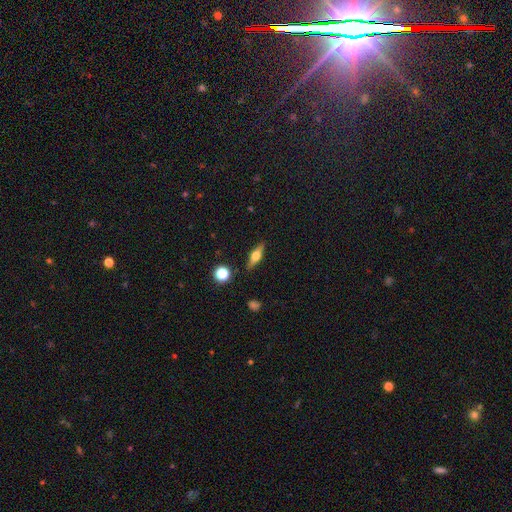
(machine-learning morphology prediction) smooth_or_featured: featured or disk (p=0.47) [alt: smooth p=0.45]
merging: none (p=0.87) [alt: minor disturbance p=0.09]